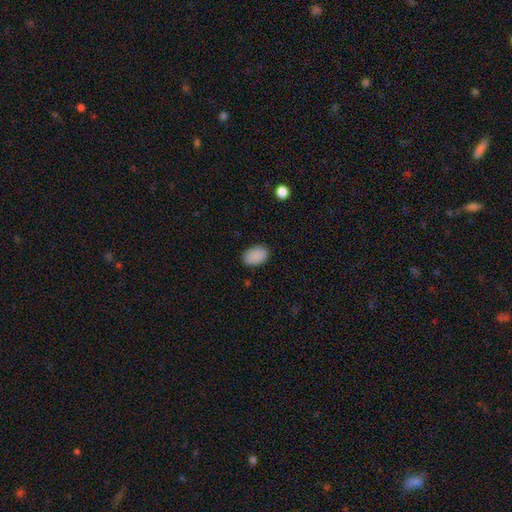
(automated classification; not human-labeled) Smooth or featured? smooth (89%)
How rounded? in between (89%)
Merging? none (86%)